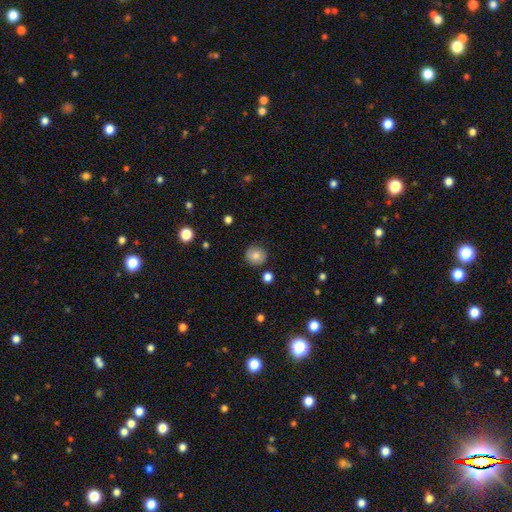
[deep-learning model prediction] Q: Smooth or featured?
A: smooth (82%); runner-up: star or artifact (9%)
Q: How rounded?
A: round (88%); runner-up: in between (11%)
Q: Merging?
A: none (86%); runner-up: minor disturbance (10%)